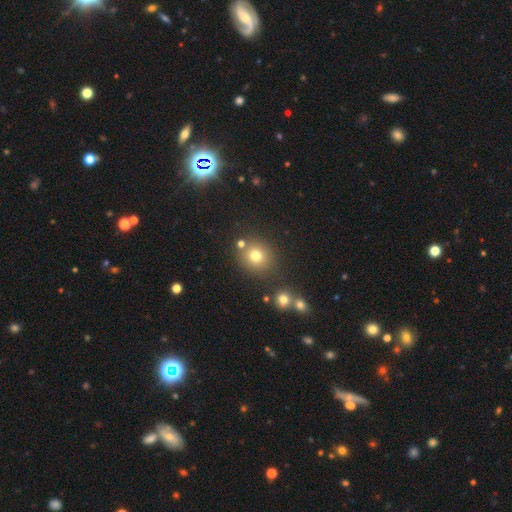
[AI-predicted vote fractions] smooth-or-featured: smooth: 75% | star or artifact: 16% | featured or disk: 9%
  how-rounded: round: 86% | in between: 13% | cigar-shaped: 1%
  merging: none: 76% | merger: 10% | minor disturbance: 10% | major disturbance: 4%